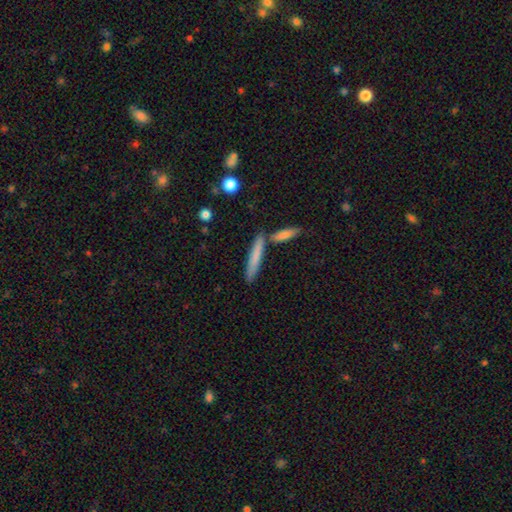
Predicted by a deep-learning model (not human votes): Smooth or featured?
  - smooth: 73% *
  - featured or disk: 21%
  - star or artifact: 6%
How rounded?
  - cigar-shaped: 91% *
  - in between: 7%
  - round: 2%
Merging?
  - none: 76% *
  - merger: 12%
  - minor disturbance: 9%
  - major disturbance: 2%